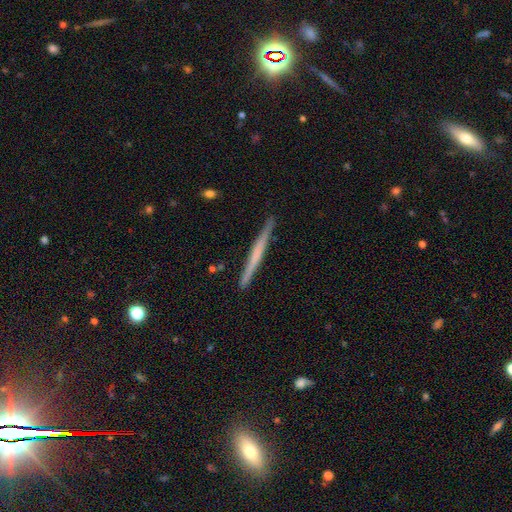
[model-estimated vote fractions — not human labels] Smooth or featured?
  - featured or disk: 55% *
  - smooth: 39%
  - star or artifact: 6%
Edge-on disk?
  - yes: 98% *
  - no: 2%
Edge-on bulge?
  - none: 76% *
  - rounded: 15%
  - boxy: 8%
Merging?
  - none: 91% *
  - minor disturbance: 6%
  - major disturbance: 1%
  - merger: 1%